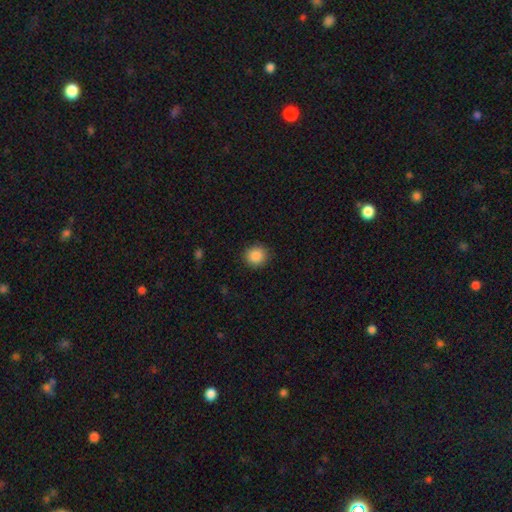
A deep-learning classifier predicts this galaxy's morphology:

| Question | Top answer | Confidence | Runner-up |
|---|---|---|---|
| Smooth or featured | smooth | 87% | star or artifact (9%) |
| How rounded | round | 90% | in between (9%) |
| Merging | none | 90% | minor disturbance (7%) |